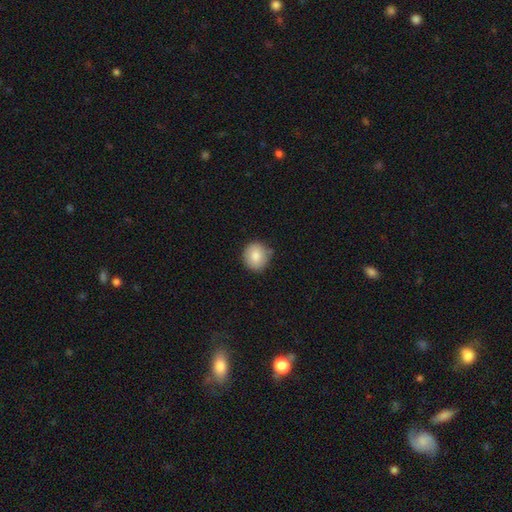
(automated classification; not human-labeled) A smooth galaxy with no disk features (84%) that is round (86%). Merging: none (83%).